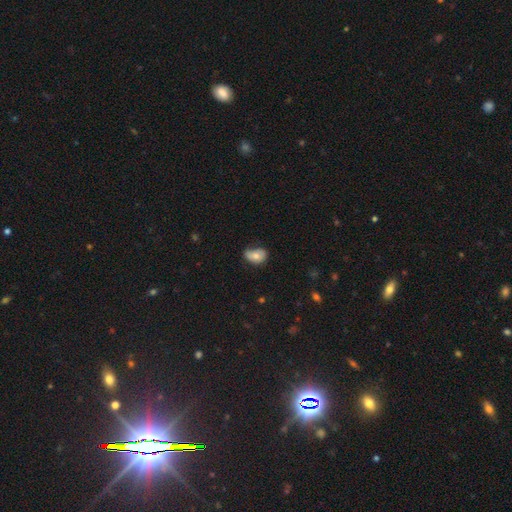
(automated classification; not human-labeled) A smooth galaxy with no disk features (69%) that is in between round and cigar-shaped (78%).

Vote fractions:
- Smooth or featured? smooth: 69% / featured or disk: 23% / star or artifact: 8%
- How rounded? in between: 78% / round: 21% / cigar-shaped: 1%
- Merging? minor disturbance: 41% / none: 39% / major disturbance: 17% / merger: 3%